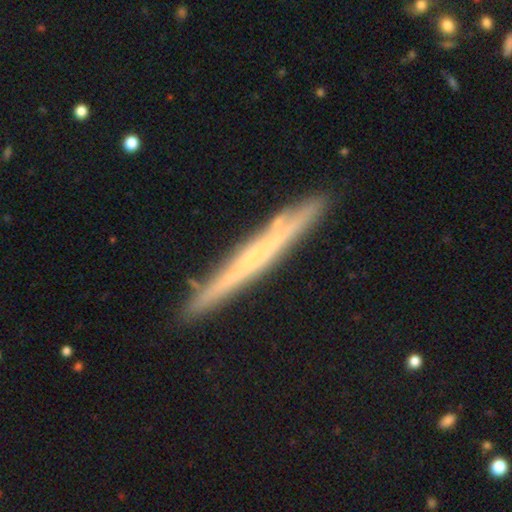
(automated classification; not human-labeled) Smooth or featured? featured or disk (59%)
Edge-on disk? yes (95%)
Edge-on bulge? none (84%)
Merging? none (88%)